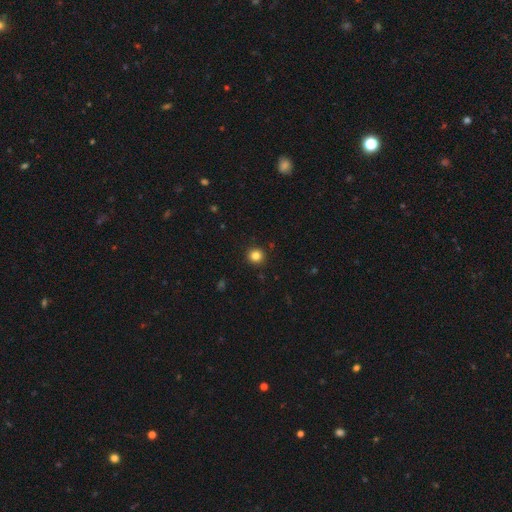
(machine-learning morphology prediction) Smooth or featured: smooth — 83% (star or artifact — 12%)
How rounded: round — 94% (in between — 5%)
Merging: none — 93% (minor disturbance — 5%)